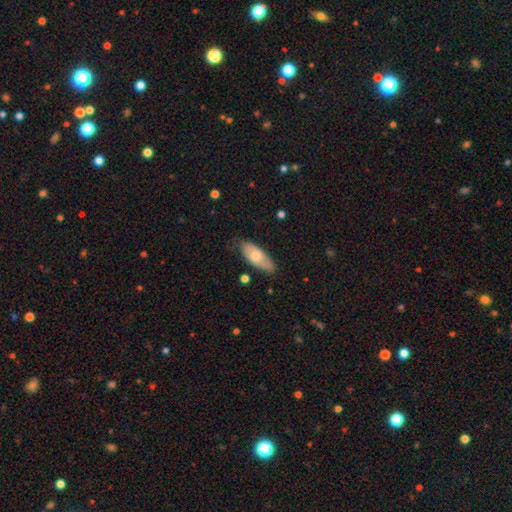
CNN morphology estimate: smooth 63%, featured or disk 30%, star or artifact 6%. Down the decision tree: how rounded — in between (79%); merging — none (74%).